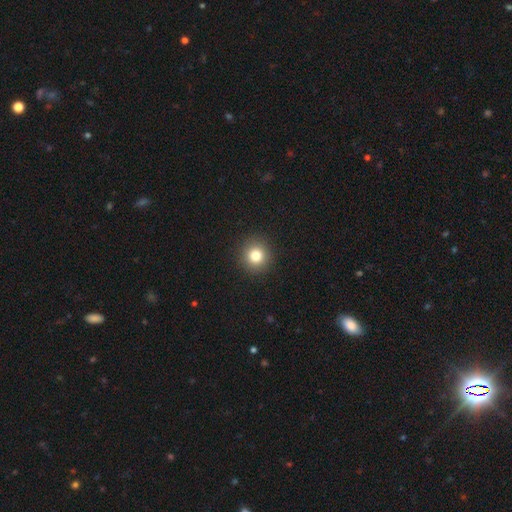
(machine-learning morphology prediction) Q: Smooth or featured?
A: smooth (81%); runner-up: star or artifact (12%)
Q: How rounded?
A: round (93%); runner-up: in between (6%)
Q: Merging?
A: none (92%); runner-up: minor disturbance (5%)